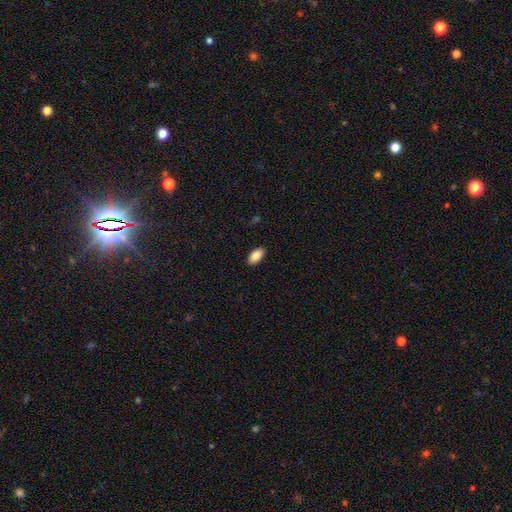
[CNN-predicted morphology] Smooth or featured: smooth — 85% (featured or disk — 8%)
How rounded: in between — 93% (cigar-shaped — 3%)
Merging: none — 89% (minor disturbance — 8%)